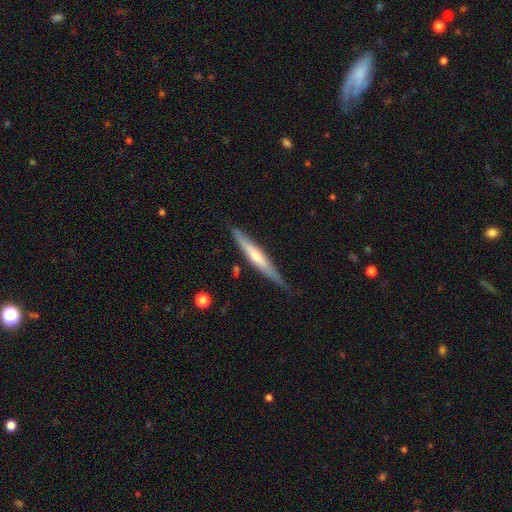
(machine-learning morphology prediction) Smooth or featured? featured or disk (64%)
Edge-on disk? yes (95%)
Edge-on bulge? rounded (72%)
Merging? none (83%)